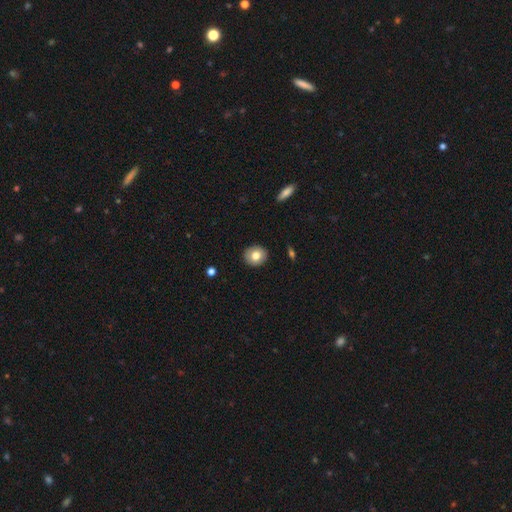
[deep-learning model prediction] Morphology: type=smooth (76%); roundness=round (78%); merging=none (90%).